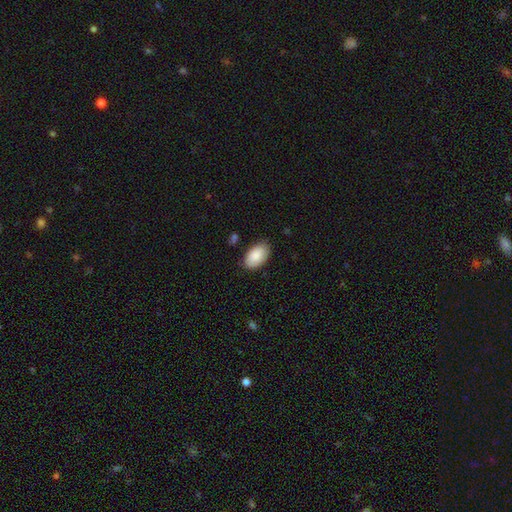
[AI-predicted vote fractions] Smooth or featured? smooth (88%)
How rounded? in between (94%)
Merging? none (82%)